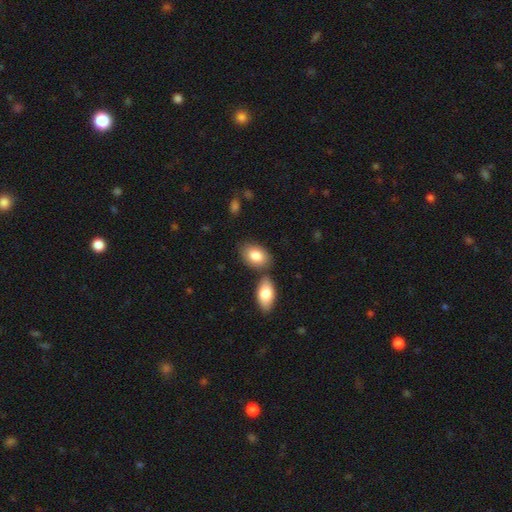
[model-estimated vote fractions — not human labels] Q: Smooth or featured?
A: smooth (83%); runner-up: featured or disk (11%)
Q: How rounded?
A: in between (89%); runner-up: round (9%)
Q: Merging?
A: none (61%); runner-up: merger (24%)